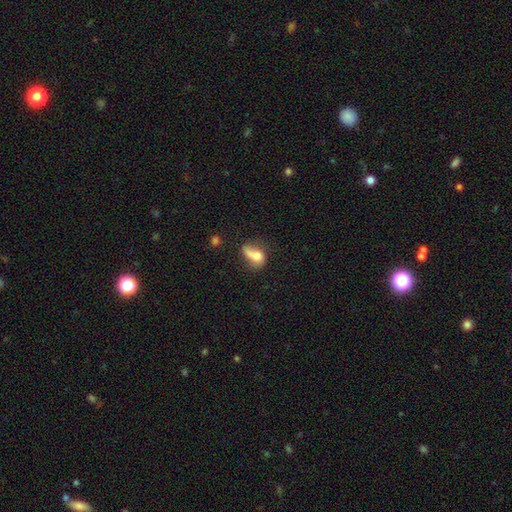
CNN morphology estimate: Smooth or featured: smooth — 65% (featured or disk — 25%)
How rounded: in between — 67% (round — 29%)
Merging: merger — 30% (none — 27%)